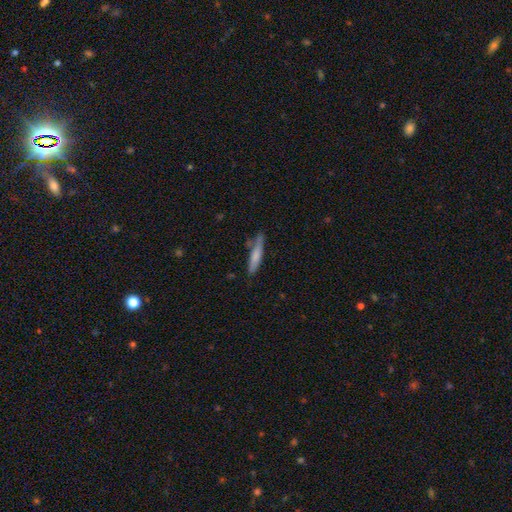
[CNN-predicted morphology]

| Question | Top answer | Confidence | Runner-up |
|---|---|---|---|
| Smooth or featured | smooth | 71% | featured or disk (23%) |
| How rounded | cigar-shaped | 88% | in between (10%) |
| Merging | none | 72% | minor disturbance (18%) |